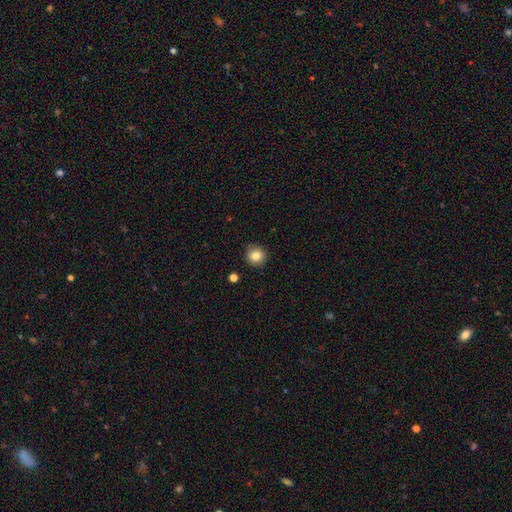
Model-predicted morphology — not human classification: Smooth or featured? smooth (84%)
How rounded? round (93%)
Merging? none (91%)